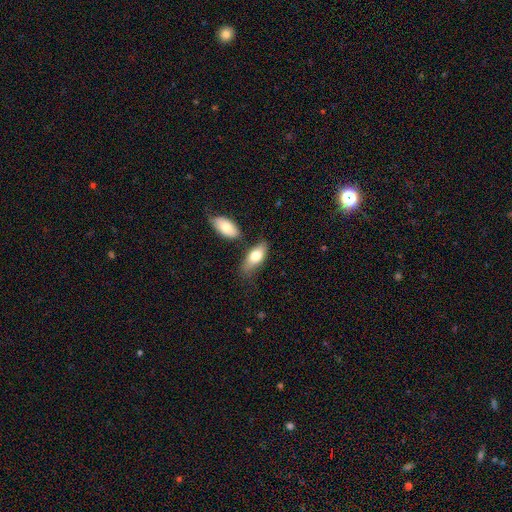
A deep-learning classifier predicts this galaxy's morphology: Overall: smooth (74%). How rounded: in between (84%). Merging: none (63%).